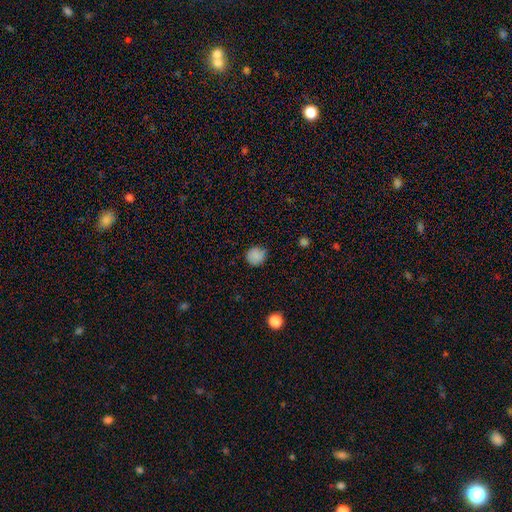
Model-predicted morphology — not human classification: The model was most divided on "merging": none: 79%, minor disturbance: 17%, major disturbance: 3%, merger: 1%. More confident: how rounded — round (88%); smooth or featured — smooth (83%).